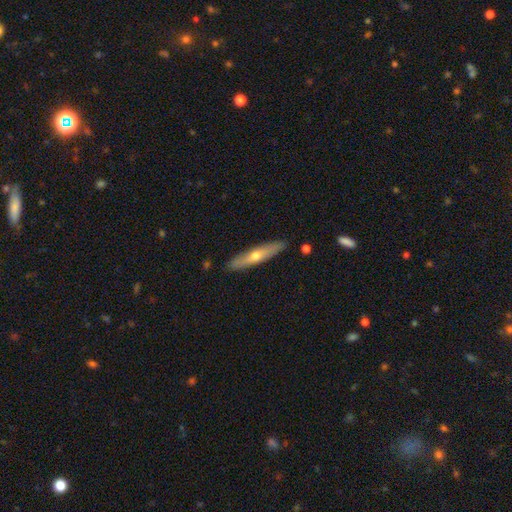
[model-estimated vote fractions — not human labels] The model was most divided on "smooth or featured": featured or disk: 50%, smooth: 44%, star or artifact: 6%. More confident: merging — none (88%); edge-on disk — yes (85%).